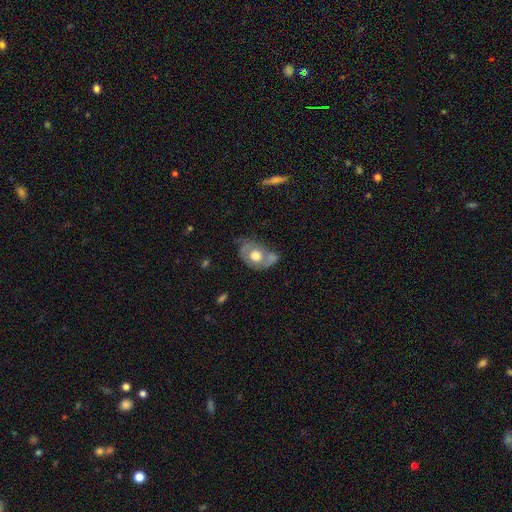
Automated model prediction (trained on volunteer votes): This appears to be a featured or disk galaxy (50%). Merging: none (36%).